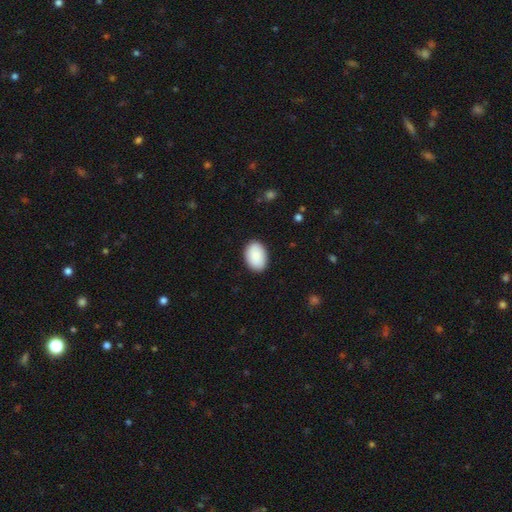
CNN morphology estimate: This appears to be a smooth galaxy with no disk features (90%) that is in between round and cigar-shaped (88%). Merging: none (89%).